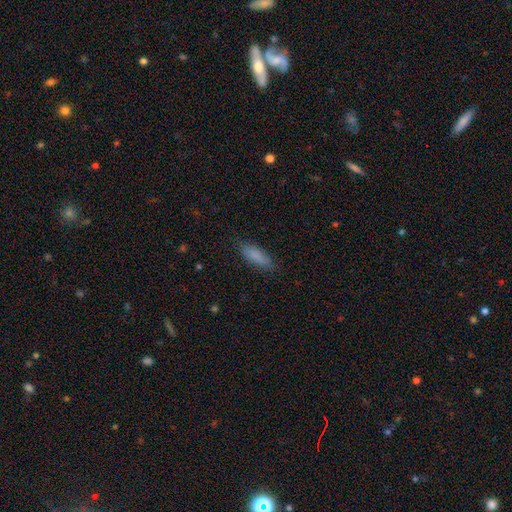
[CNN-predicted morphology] This appears to be a smooth galaxy with no disk features (84%) that is in between round and cigar-shaped (59%). Merging: none (81%).